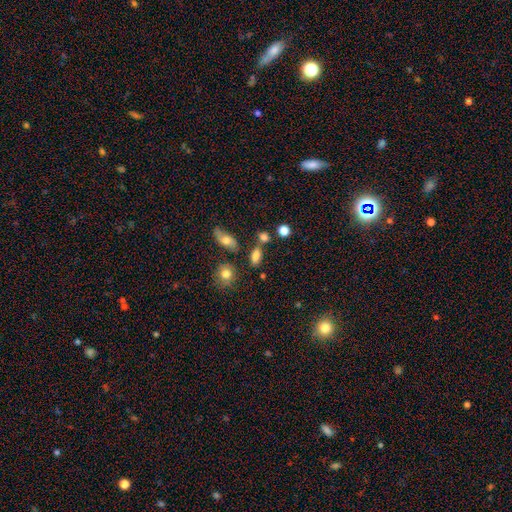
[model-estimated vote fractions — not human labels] smooth-or-featured: smooth: 79% | star or artifact: 11% | featured or disk: 10%
  how-rounded: in between: 79% | round: 13% | cigar-shaped: 8%
  merging: none: 63% | merger: 16% | minor disturbance: 15% | major disturbance: 5%